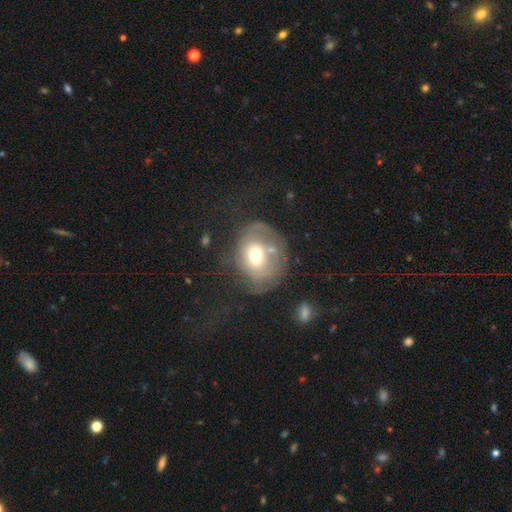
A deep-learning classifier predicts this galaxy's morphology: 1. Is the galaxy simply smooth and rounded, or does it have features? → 51% smooth, 39% featured or disk, 11% star or artifact.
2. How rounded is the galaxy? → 63% round, 36% in between, 1% cigar-shaped.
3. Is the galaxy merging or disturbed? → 37% none, 31% major disturbance, 25% minor disturbance, 8% merger.